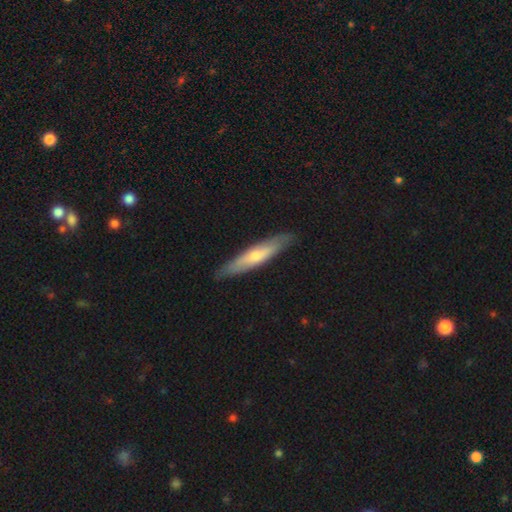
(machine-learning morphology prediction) Smooth or featured? smooth (49%)
Merging? none (87%)